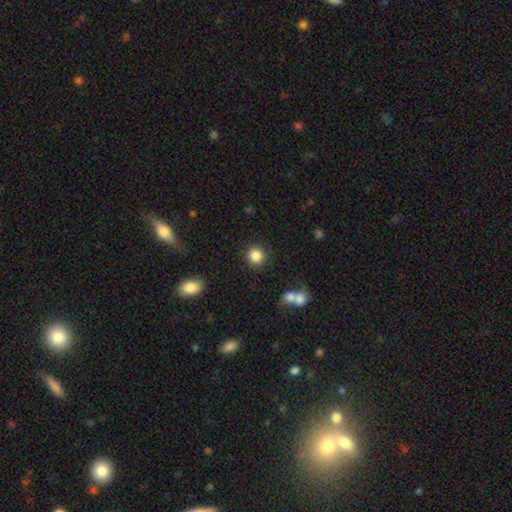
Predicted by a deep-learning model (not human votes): Overall: smooth (86%). How rounded: round (92%). Merging: none (88%).